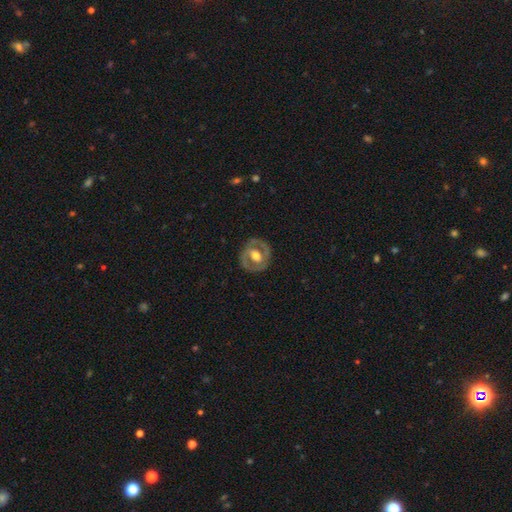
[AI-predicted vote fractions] Smooth or featured: featured or disk — 68% (smooth — 27%)
Edge-on disk: no — 95% (yes — 5%)
Bar: no — 43% (weak — 37%)
Spiral arms: no — 56% (yes — 44%)
Bulge size: moderate — 63% (large — 26%)
Merging: none — 80% (minor disturbance — 13%)